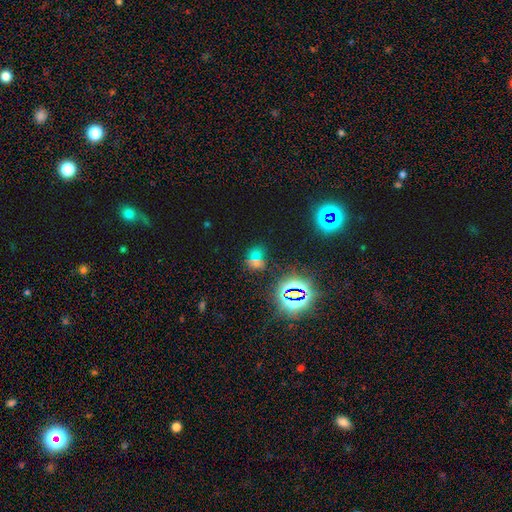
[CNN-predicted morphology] smooth_or_featured: star or artifact (p=0.53) [alt: smooth p=0.37]